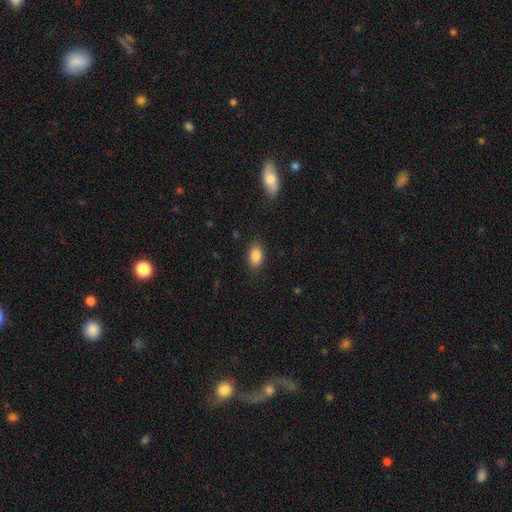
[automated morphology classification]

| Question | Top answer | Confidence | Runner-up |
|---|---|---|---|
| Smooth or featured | smooth | 86% | star or artifact (8%) |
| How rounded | in between | 90% | round (7%) |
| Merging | none | 86% | minor disturbance (10%) |